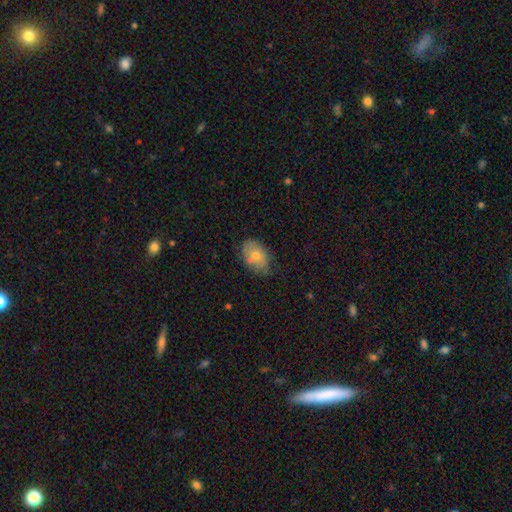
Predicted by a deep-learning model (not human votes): A smooth galaxy with no disk features (60%) that is in between round and cigar-shaped (83%). Merging: none (70%).